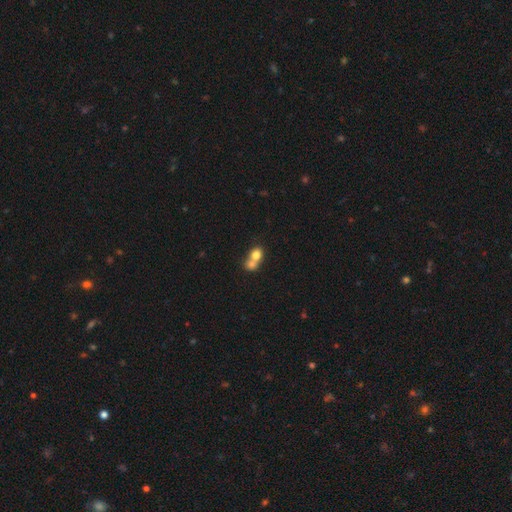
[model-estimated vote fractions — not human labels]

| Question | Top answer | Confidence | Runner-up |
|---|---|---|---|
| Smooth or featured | smooth | 75% | featured or disk (16%) |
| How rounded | round | 64% | in between (35%) |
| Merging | merger | 70% | none (23%) |